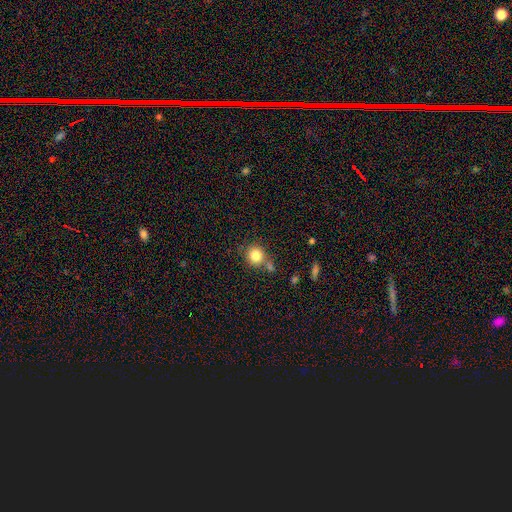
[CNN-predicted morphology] A smooth galaxy with no disk features (82%) that is round (89%).

Vote fractions:
- Smooth or featured? smooth: 82% / star or artifact: 11% / featured or disk: 7%
- How rounded? round: 89% / in between: 10% / cigar-shaped: 1%
- Merging? none: 67% / merger: 17% / minor disturbance: 12% / major disturbance: 4%